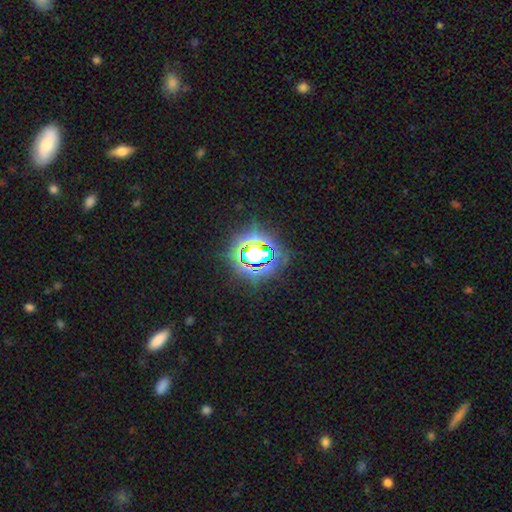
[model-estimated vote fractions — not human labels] Smooth or featured?
  - star or artifact: 67% *
  - smooth: 21%
  - featured or disk: 12%